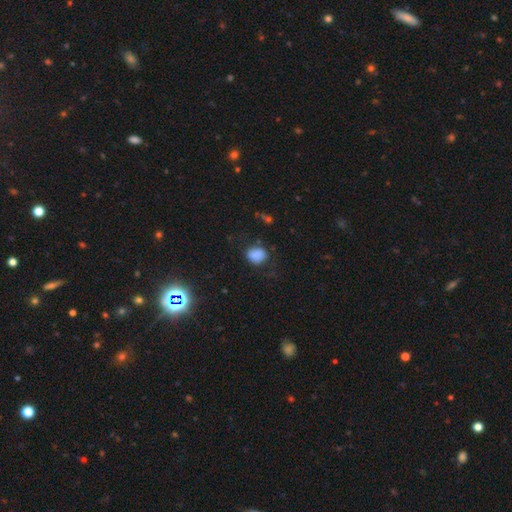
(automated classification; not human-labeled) Smooth or featured?
  - smooth: 82% *
  - star or artifact: 12%
  - featured or disk: 6%
How rounded?
  - in between: 52% *
  - round: 47%
  - cigar-shaped: 1%
Merging?
  - none: 64% *
  - minor disturbance: 22%
  - major disturbance: 11%
  - merger: 3%